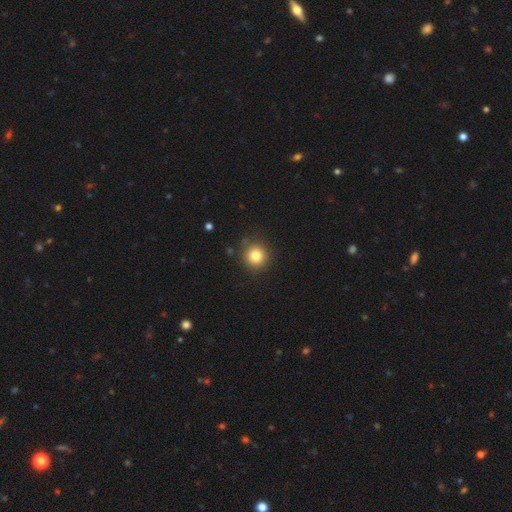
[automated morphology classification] A smooth galaxy with no disk features (82%) that is round (94%).

Vote fractions:
- Smooth or featured? smooth: 82% / star or artifact: 11% / featured or disk: 7%
- How rounded? round: 94% / in between: 5% / cigar-shaped: 1%
- Merging? none: 86% / minor disturbance: 9% / major disturbance: 3% / merger: 2%